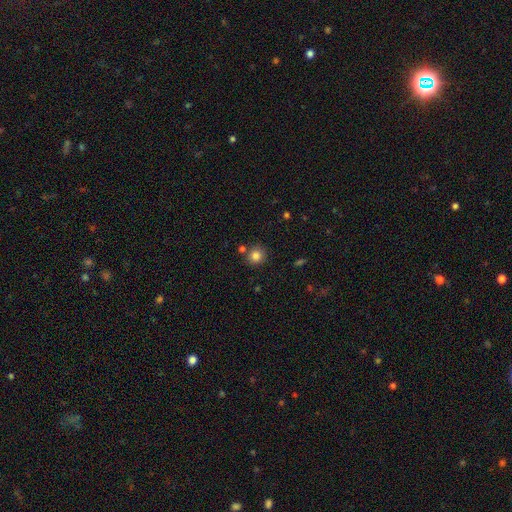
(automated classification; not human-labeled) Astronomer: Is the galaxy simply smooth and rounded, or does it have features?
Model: smooth — 83%.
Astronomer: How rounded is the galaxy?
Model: round — 91%.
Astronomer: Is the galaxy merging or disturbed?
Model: none — 80%.